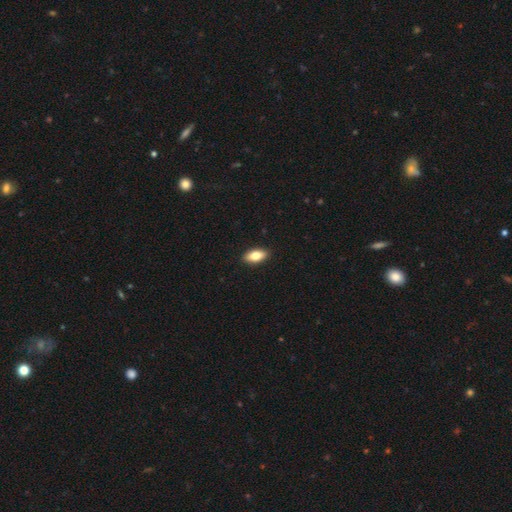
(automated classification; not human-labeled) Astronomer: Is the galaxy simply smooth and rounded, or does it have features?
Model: smooth — 78%.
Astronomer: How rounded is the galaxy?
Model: in between — 88%.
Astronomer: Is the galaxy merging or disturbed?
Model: none — 90%.